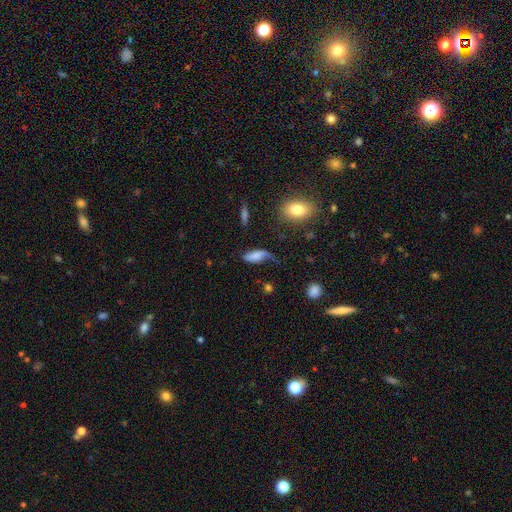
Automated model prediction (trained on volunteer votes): Smooth or featured: smooth — 63% (featured or disk — 28%)
How rounded: in between — 82% (cigar-shaped — 14%)
Merging: none — 35% (minor disturbance — 31%)